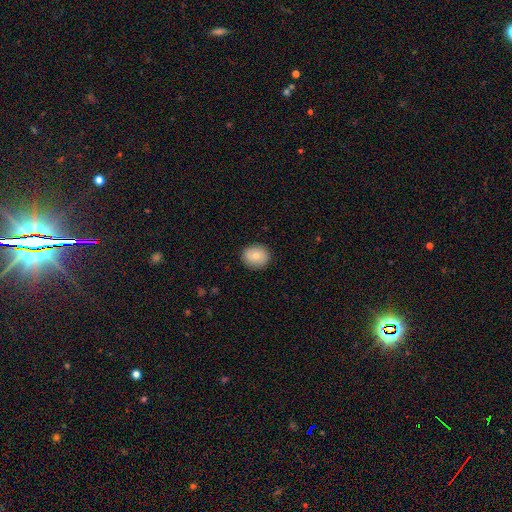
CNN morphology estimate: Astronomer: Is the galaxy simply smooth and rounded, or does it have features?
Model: smooth — 75%.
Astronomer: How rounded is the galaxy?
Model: round — 76%.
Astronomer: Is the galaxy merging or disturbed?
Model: none — 89%.